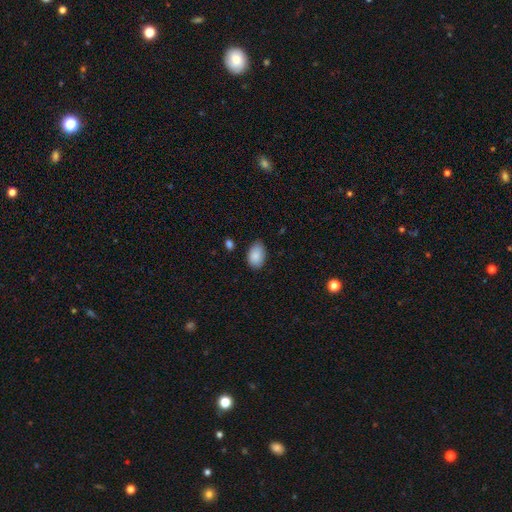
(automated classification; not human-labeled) This appears to be a smooth galaxy with no disk features (88%) that is in between round and cigar-shaped (89%). Merging: none (75%).